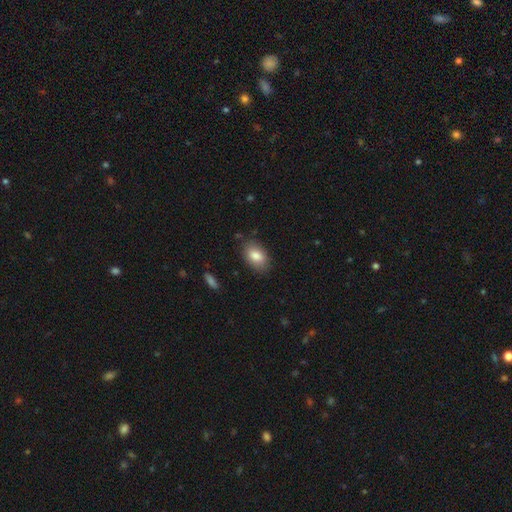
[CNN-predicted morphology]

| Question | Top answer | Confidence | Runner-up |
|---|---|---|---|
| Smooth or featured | smooth | 83% | featured or disk (10%) |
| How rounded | in between | 90% | round (9%) |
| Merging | none | 82% | minor disturbance (13%) |